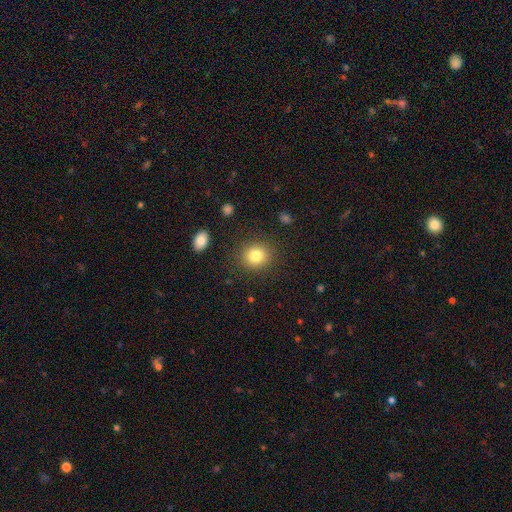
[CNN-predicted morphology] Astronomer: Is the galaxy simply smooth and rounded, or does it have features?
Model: smooth — 82%.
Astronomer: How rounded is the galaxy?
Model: round — 83%.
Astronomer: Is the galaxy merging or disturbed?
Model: none — 88%.